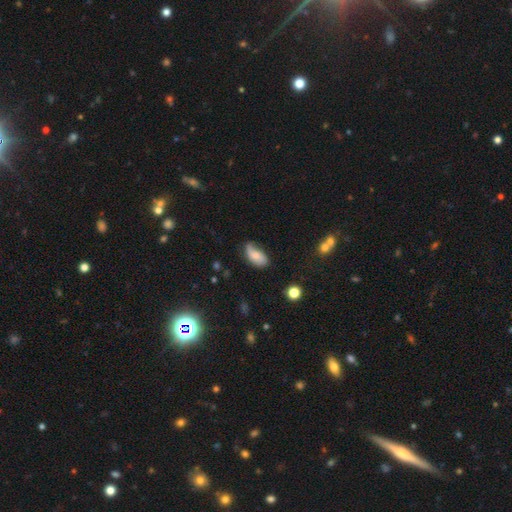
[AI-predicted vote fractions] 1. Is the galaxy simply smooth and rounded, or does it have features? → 58% smooth, 34% featured or disk, 8% star or artifact.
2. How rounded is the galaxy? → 92% in between, 4% cigar-shaped, 4% round.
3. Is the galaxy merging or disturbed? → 46% none, 37% minor disturbance, 14% major disturbance, 3% merger.